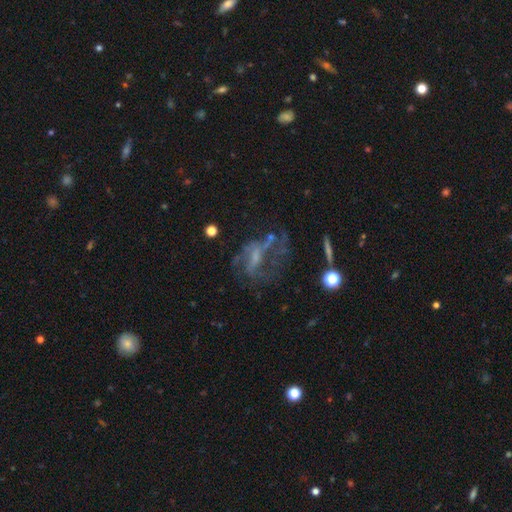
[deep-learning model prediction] A featured or disk galaxy (66%) with no bar (47%), spiral arms (54%) and no central bulge (42%). Merging: major disturbance (40%).